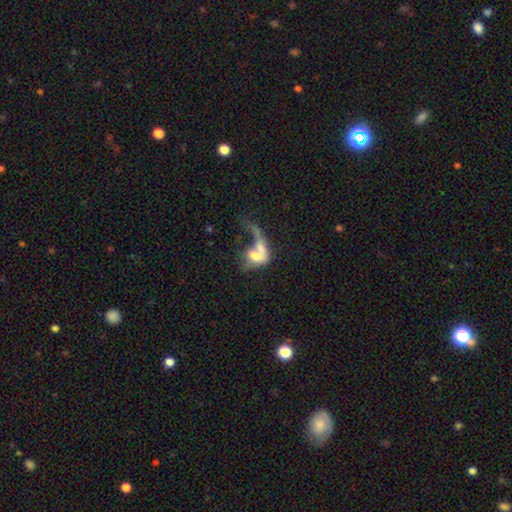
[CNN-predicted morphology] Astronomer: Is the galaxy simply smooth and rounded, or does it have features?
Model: smooth — 53% (runner-up: featured or disk, 38%).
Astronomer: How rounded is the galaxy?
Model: in between — 73%.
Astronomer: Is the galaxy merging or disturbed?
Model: merger — 43% (runner-up: major disturbance, 36%).